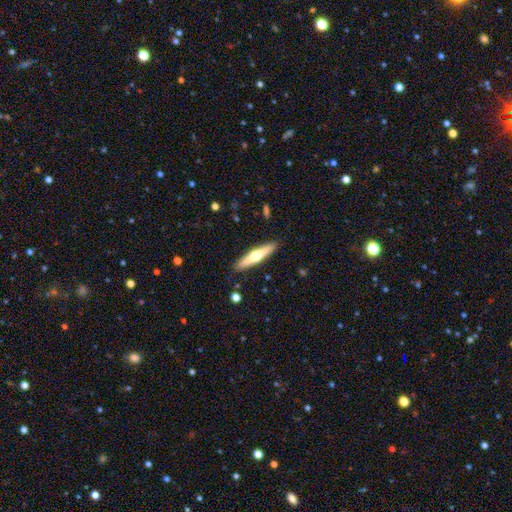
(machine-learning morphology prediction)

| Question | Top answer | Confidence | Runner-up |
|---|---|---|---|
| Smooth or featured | featured or disk | 53% | smooth (42%) |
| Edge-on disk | yes | 94% | no (6%) |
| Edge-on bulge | rounded | 92% | none (6%) |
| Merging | none | 90% | minor disturbance (7%) |